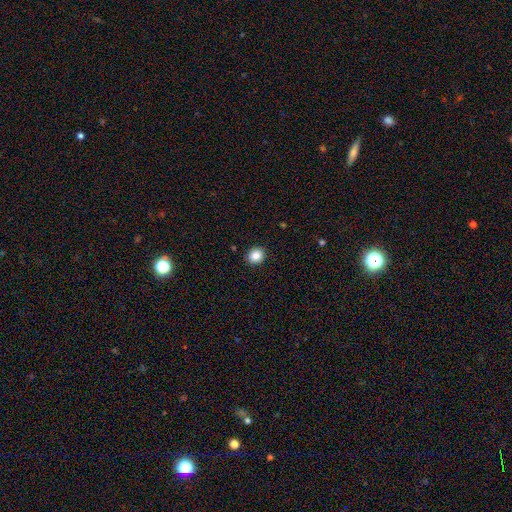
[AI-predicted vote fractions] Smooth or featured?
  - smooth: 86% *
  - star or artifact: 10%
  - featured or disk: 4%
How rounded?
  - round: 82% *
  - in between: 17%
  - cigar-shaped: 1%
Merging?
  - none: 92% *
  - minor disturbance: 6%
  - major disturbance: 2%
  - merger: 1%